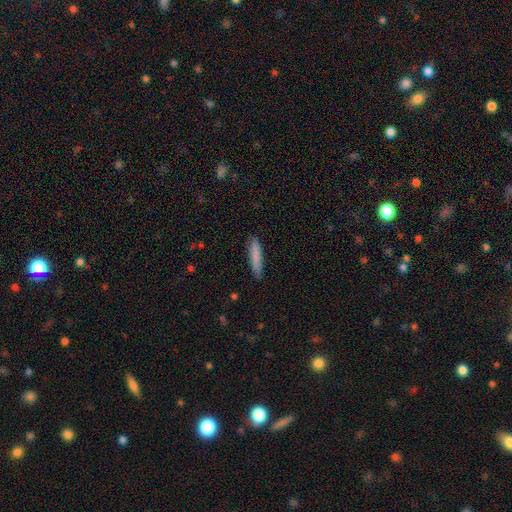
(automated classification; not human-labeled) Q: Smooth or featured?
A: smooth (84%); runner-up: featured or disk (11%)
Q: How rounded?
A: cigar-shaped (89%); runner-up: in between (10%)
Q: Merging?
A: none (88%); runner-up: minor disturbance (9%)